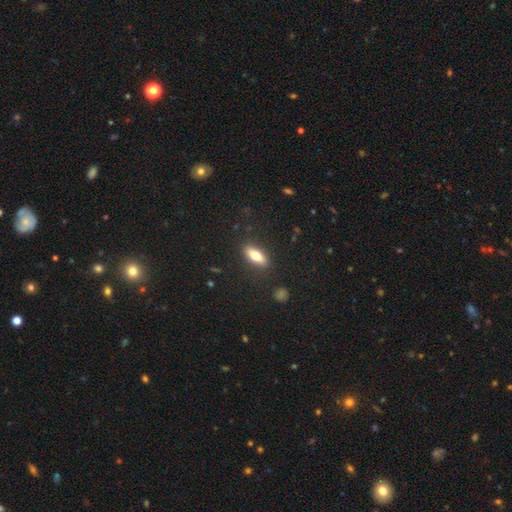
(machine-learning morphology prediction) smooth-or-featured: smooth: 64% | featured or disk: 29% | star or artifact: 7%
  how-rounded: in between: 63% | cigar-shaped: 33% | round: 4%
  merging: none: 86% | minor disturbance: 9% | major disturbance: 3% | merger: 1%